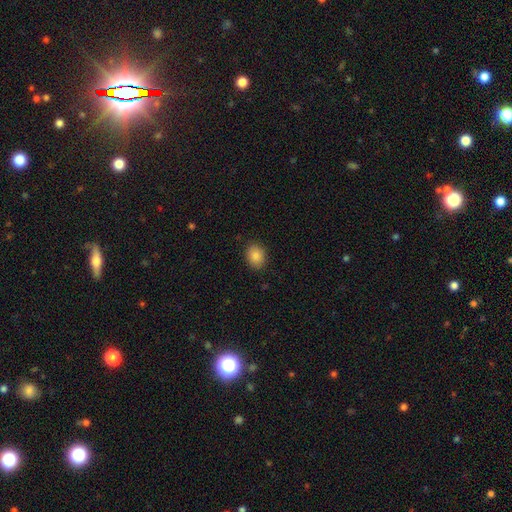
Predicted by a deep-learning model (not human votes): Smooth or featured?
  - smooth: 86% *
  - star or artifact: 9%
  - featured or disk: 5%
How rounded?
  - in between: 57% *
  - round: 42%
  - cigar-shaped: 1%
Merging?
  - none: 88% *
  - minor disturbance: 9%
  - major disturbance: 2%
  - merger: 1%